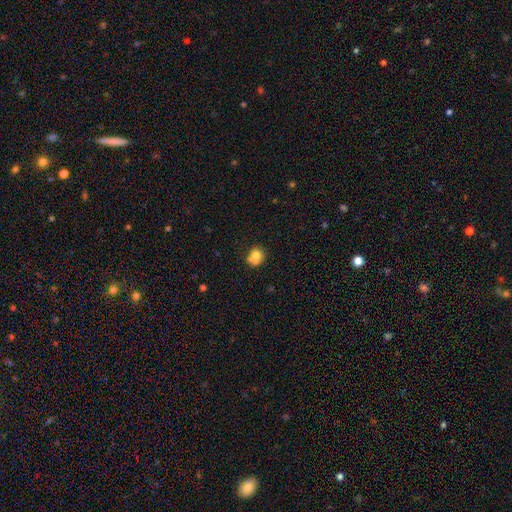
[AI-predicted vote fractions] Smooth or featured? Predicted: smooth (p=0.72). How rounded? Predicted: round (p=0.72). Merging? Predicted: none (p=0.42).